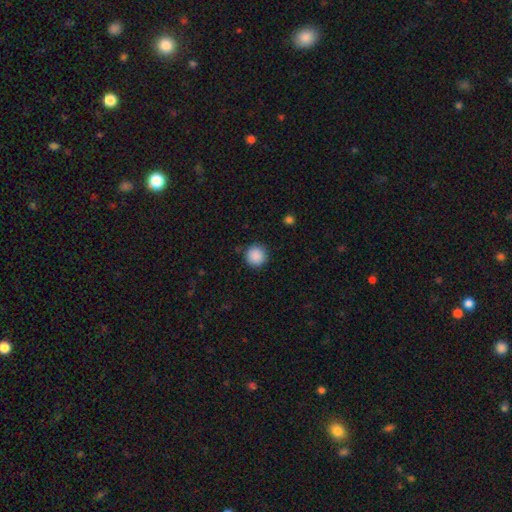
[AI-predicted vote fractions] Smooth or featured? smooth (89%)
How rounded? round (96%)
Merging? none (91%)